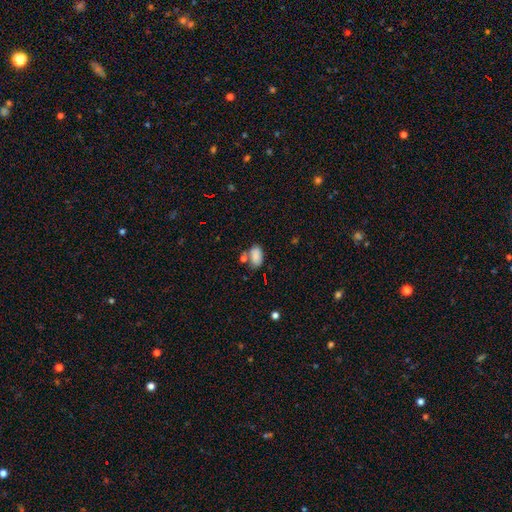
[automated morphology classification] Smooth or featured? Predicted: smooth (p=0.84). How rounded? Predicted: in between (p=0.90). Merging? Predicted: none (p=0.56).